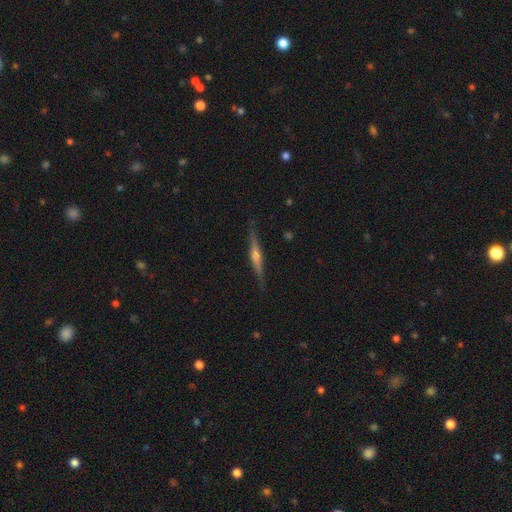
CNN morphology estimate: Smooth or featured?
  - featured or disk: 74% *
  - smooth: 20%
  - star or artifact: 6%
Edge-on disk?
  - yes: 98% *
  - no: 2%
Edge-on bulge?
  - rounded: 75% *
  - boxy: 15%
  - none: 10%
Merging?
  - none: 87% *
  - minor disturbance: 10%
  - major disturbance: 2%
  - merger: 1%